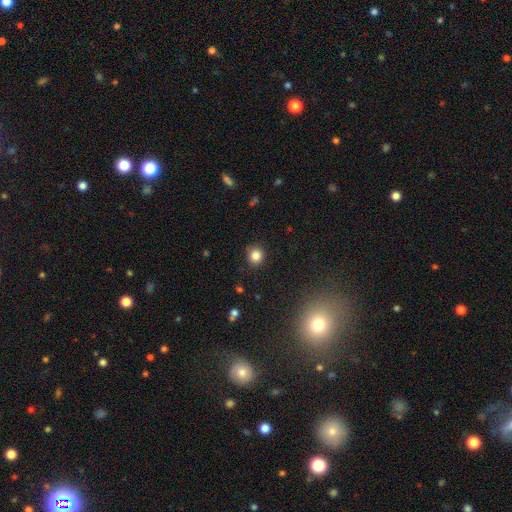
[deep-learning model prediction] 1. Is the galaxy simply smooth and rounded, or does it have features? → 84% smooth, 11% star or artifact, 5% featured or disk.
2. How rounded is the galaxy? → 87% round, 12% in between, 1% cigar-shaped.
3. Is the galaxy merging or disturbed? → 88% none, 8% minor disturbance, 2% major disturbance, 1% merger.